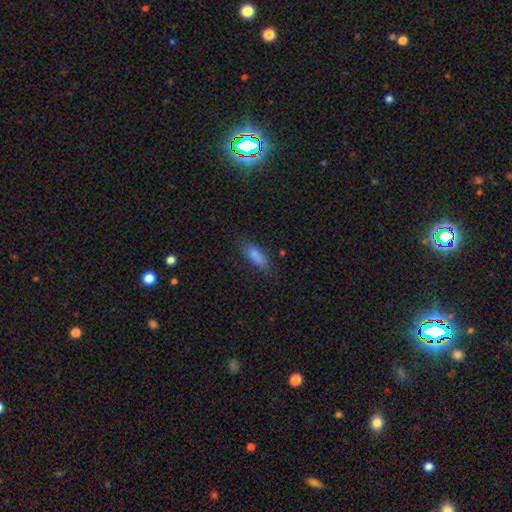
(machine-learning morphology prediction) Smooth or featured? smooth (84%)
How rounded? in between (76%)
Merging? none (73%)